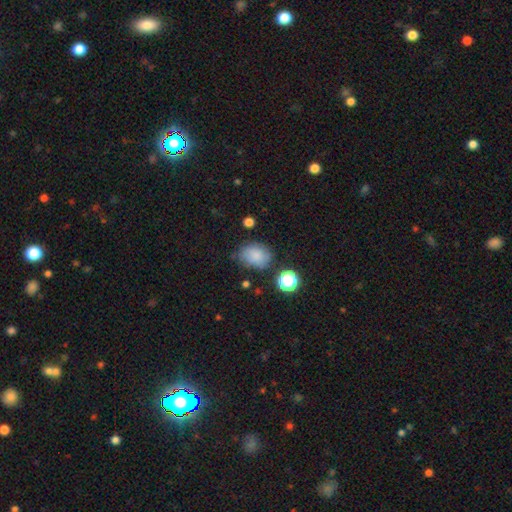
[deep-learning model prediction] This is clearly a smooth galaxy (81%). How rounded: possibly in between (57%). Merging: likely none (67%).